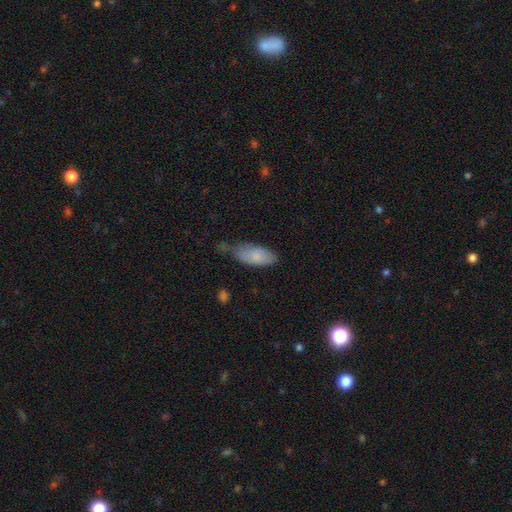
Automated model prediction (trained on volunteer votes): A smooth galaxy with no disk features (82%) that is in between round and cigar-shaped (87%).

Vote fractions:
- Smooth or featured? smooth: 82% / featured or disk: 11% / star or artifact: 7%
- How rounded? in between: 87% / cigar-shaped: 11% / round: 2%
- Merging? none: 44% / minor disturbance: 39% / major disturbance: 11% / merger: 6%